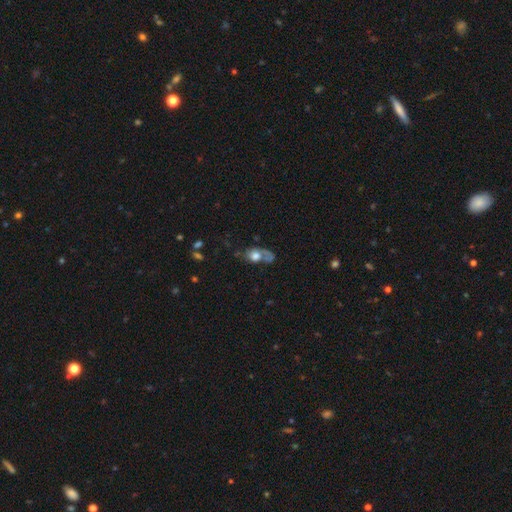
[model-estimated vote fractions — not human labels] The model was most divided on "merging": major disturbance: 38%, none: 30%, minor disturbance: 18%, merger: 14%. More confident: how rounded — in between (68%); smooth or featured — smooth (55%).